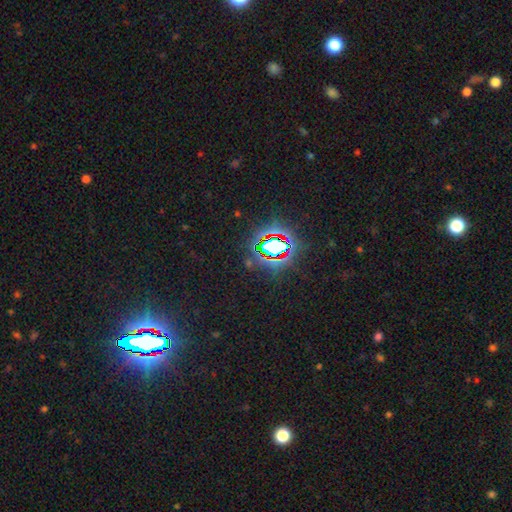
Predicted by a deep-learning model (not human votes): A star or artifact, not a galaxy (84%).

Vote fractions:
- Smooth or featured? star or artifact: 84% / smooth: 9% / featured or disk: 7%